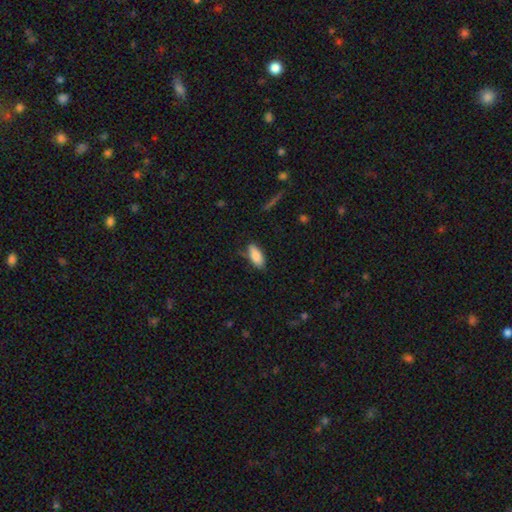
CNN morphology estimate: Smooth or featured? Predicted: smooth (p=0.87). How rounded? Predicted: in between (p=0.86). Merging? Predicted: none (p=0.69).